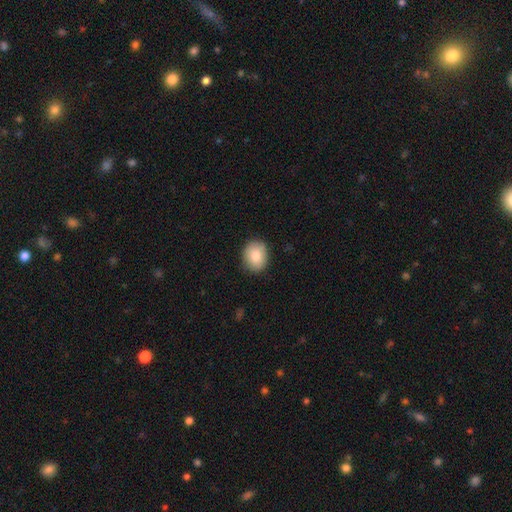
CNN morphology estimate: A smooth galaxy with no disk features (82%) that is round (57%). Merging: none (87%).